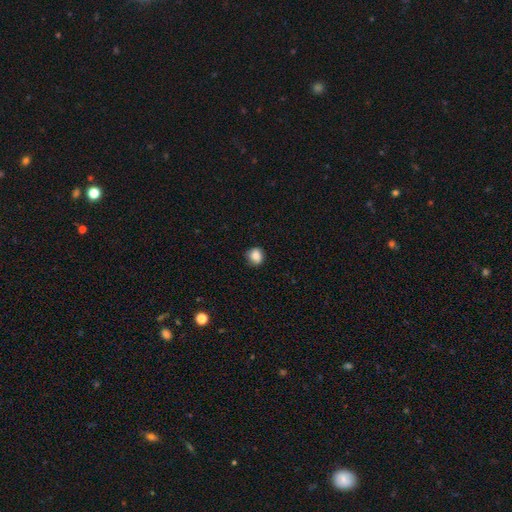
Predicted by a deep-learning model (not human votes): Smooth or featured: smooth — 86% (star or artifact — 10%)
How rounded: round — 77% (in between — 22%)
Merging: none — 78% (minor disturbance — 17%)